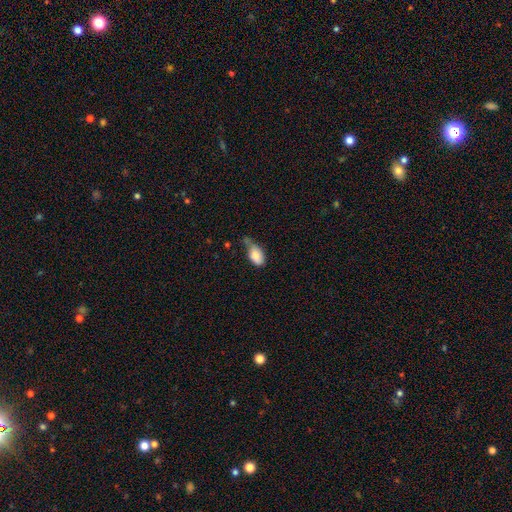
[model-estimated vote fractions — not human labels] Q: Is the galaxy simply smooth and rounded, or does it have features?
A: smooth — 80%.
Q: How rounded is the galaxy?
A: in between — 91%.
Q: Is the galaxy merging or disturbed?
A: minor disturbance — 40%.